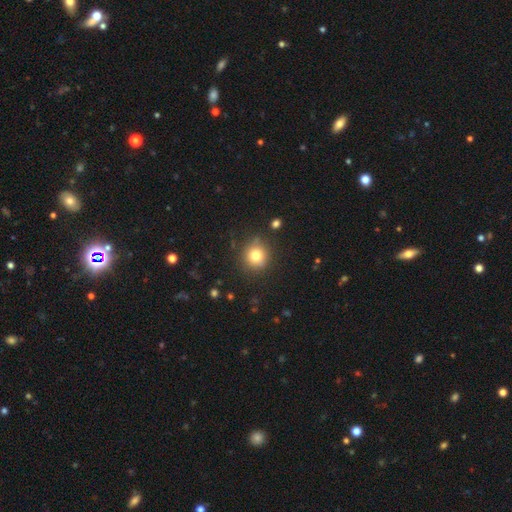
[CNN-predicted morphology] A smooth galaxy with no disk features (78%) that is round (92%).

Vote fractions:
- Smooth or featured? smooth: 78% / star or artifact: 13% / featured or disk: 9%
- How rounded? round: 92% / in between: 7% / cigar-shaped: 1%
- Merging? none: 87% / minor disturbance: 8% / major disturbance: 3% / merger: 2%